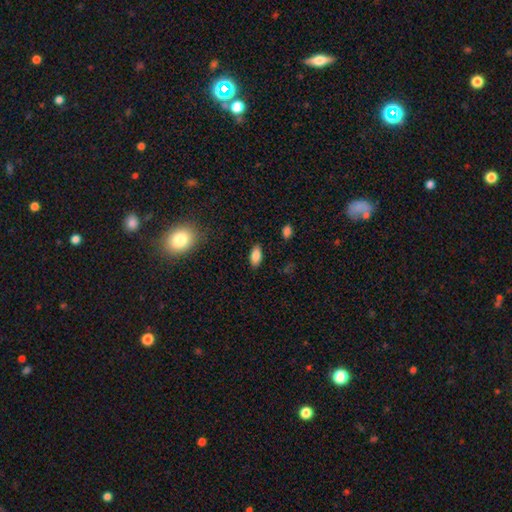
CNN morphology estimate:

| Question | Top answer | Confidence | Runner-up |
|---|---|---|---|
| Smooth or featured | smooth | 83% | star or artifact (9%) |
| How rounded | in between | 88% | cigar-shaped (9%) |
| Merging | none | 87% | minor disturbance (9%) |